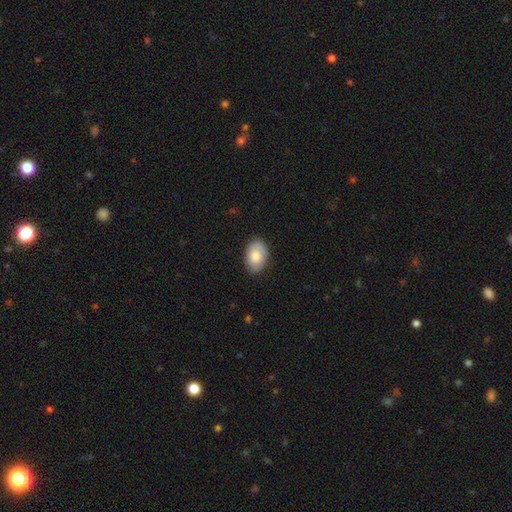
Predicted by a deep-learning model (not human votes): The model was most divided on "smooth or featured": smooth: 80%, featured or disk: 13%, star or artifact: 6%. More confident: how rounded — in between (88%); merging — none (84%).